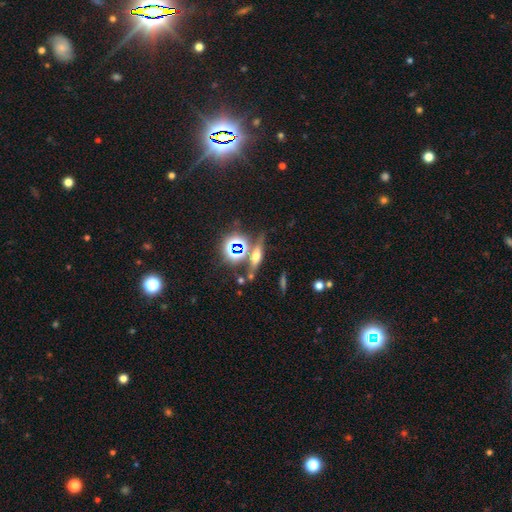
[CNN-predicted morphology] Smooth or featured?
  - featured or disk: 36% *
  - star or artifact: 33%
  - smooth: 31%
Merging?
  - none: 73% *
  - minor disturbance: 11%
  - merger: 10%
  - major disturbance: 5%